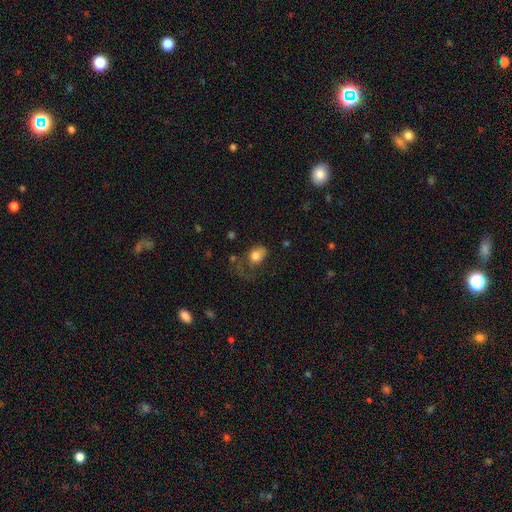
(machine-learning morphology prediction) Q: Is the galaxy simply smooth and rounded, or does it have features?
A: smooth — 76%.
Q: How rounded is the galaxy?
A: in between — 67%.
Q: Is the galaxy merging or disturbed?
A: major disturbance — 45%.